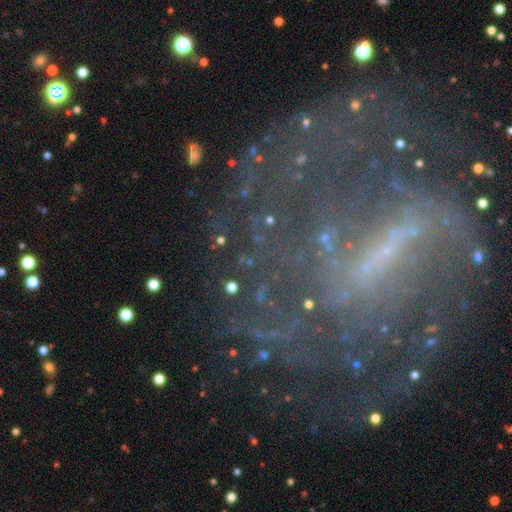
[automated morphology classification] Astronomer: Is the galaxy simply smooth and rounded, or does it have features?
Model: featured or disk — 79%.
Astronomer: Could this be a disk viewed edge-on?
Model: no — 95%.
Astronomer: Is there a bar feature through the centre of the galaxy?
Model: strong — 56%.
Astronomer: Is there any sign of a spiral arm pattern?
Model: yes — 76%.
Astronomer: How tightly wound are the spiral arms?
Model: medium — 36% (runner-up: loose, 33%).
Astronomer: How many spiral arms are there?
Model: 2 — 37% (runner-up: can't tell, 35%).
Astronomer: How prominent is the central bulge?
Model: small — 47% (runner-up: none, 40%).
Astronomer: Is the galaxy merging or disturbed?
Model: none — 58%.